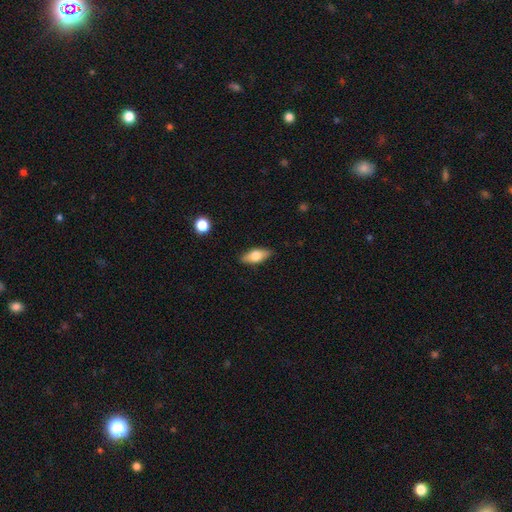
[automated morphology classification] type=smooth (65%); roundness=in between (78%); merging=none (87%).